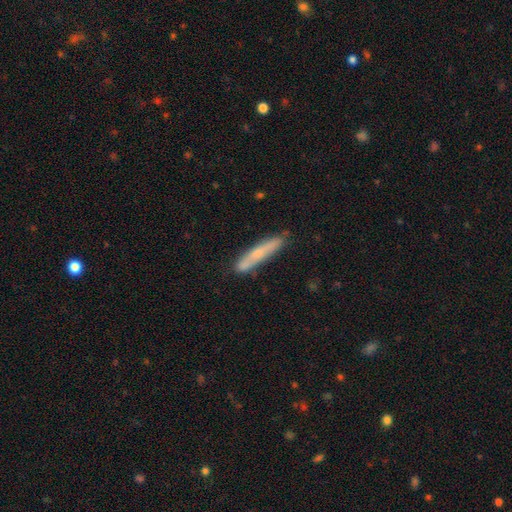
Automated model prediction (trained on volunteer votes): Morphology: type=smooth (58%); roundness=cigar-shaped (92%); merging=none (79%).